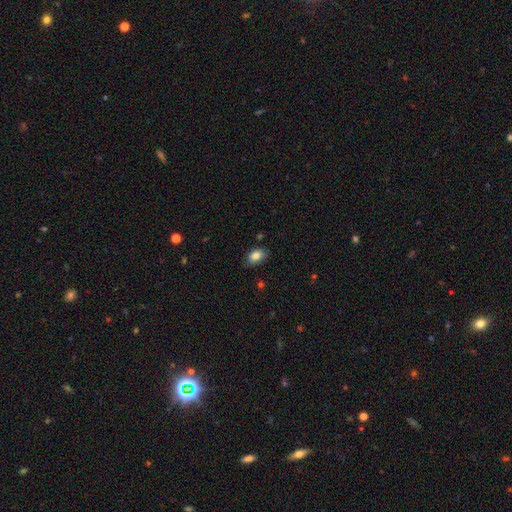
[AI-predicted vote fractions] smooth 85%, star or artifact 8%, featured or disk 7%. Down the decision tree: how rounded — in between (88%); merging — none (79%).